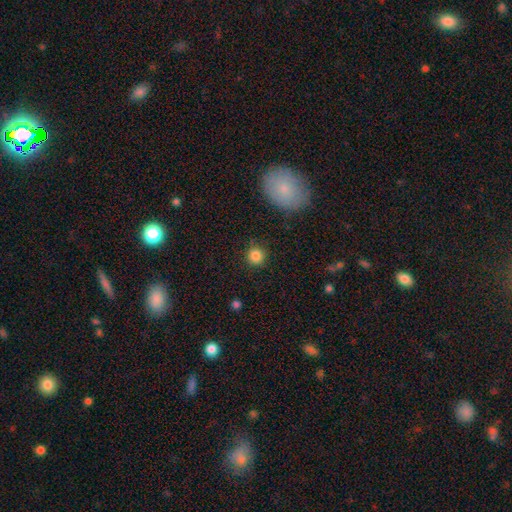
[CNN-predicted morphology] A smooth galaxy with no disk features (84%) that is round (93%).

Vote fractions:
- Smooth or featured? smooth: 84% / star or artifact: 11% / featured or disk: 5%
- How rounded? round: 93% / in between: 6% / cigar-shaped: 1%
- Merging? none: 87% / minor disturbance: 8% / major disturbance: 3% / merger: 2%